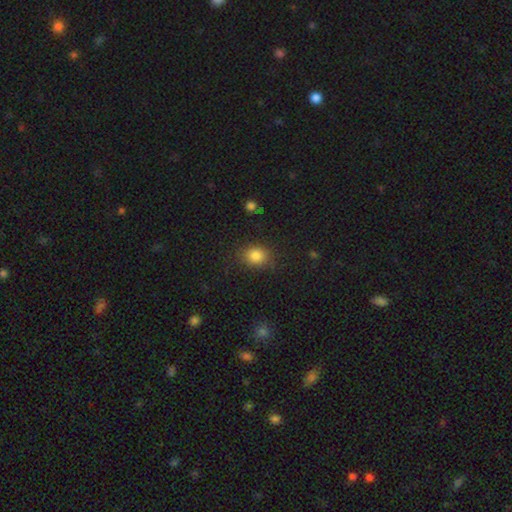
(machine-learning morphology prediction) smooth_or_featured: smooth (p=0.83) [alt: star or artifact p=0.11]
how_rounded: in between (p=0.50) [alt: round p=0.49]
merging: none (p=0.81) [alt: minor disturbance p=0.13]